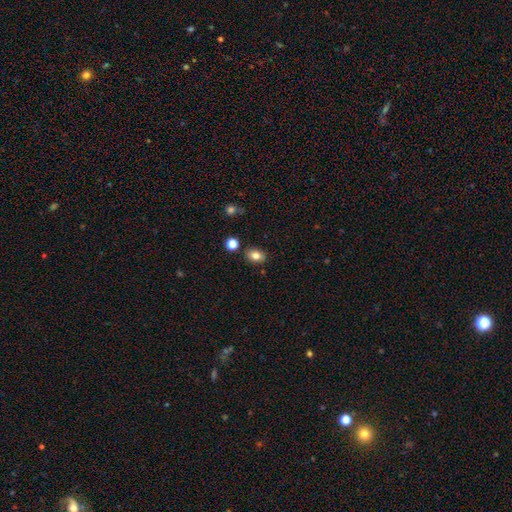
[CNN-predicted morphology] The model was most divided on "how rounded": in between: 67%, round: 32%, cigar-shaped: 1%. More confident: merging — none (84%); smooth or featured — smooth (80%).